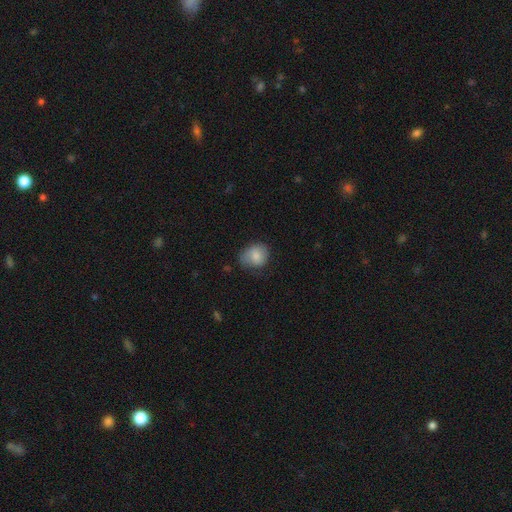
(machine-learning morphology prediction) smooth 79%, featured or disk 13%, star or artifact 8%. Down the decision tree: how rounded — round (61%); merging — none (63%).